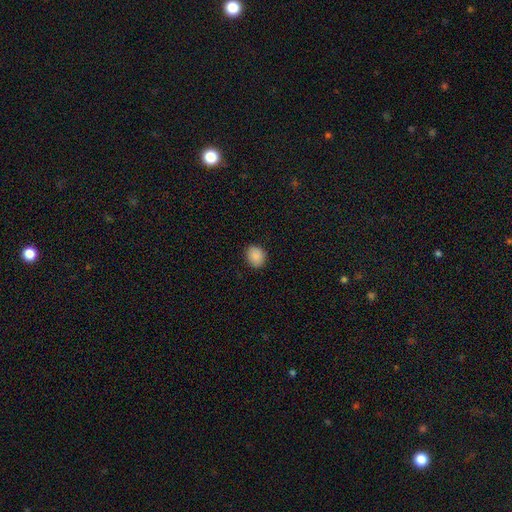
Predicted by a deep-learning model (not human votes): A smooth galaxy with no disk features (89%) that is round (59%). Merging: none (89%).